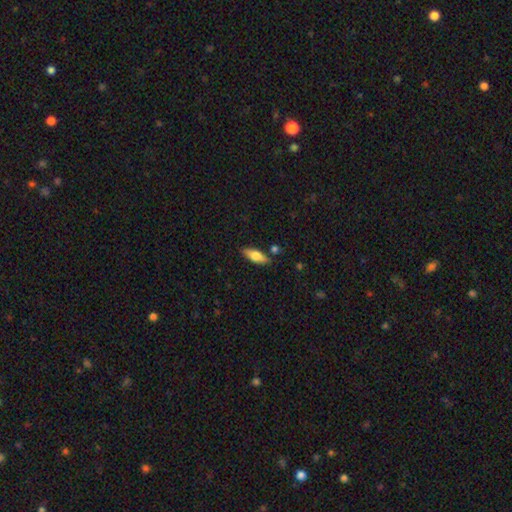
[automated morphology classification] A smooth galaxy with no disk features (69%) that is in between round and cigar-shaped (67%). Merging: none (82%).